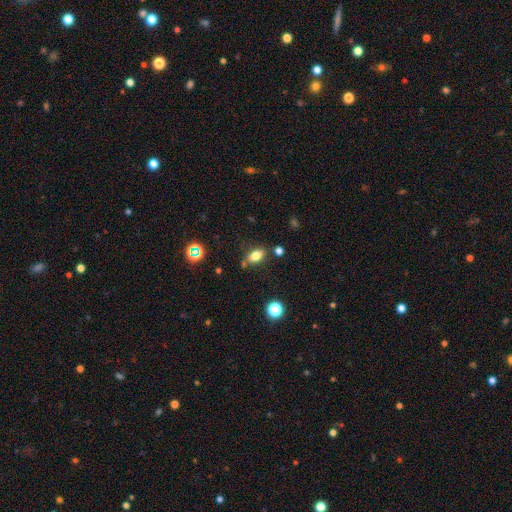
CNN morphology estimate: Smooth or featured?
  - smooth: 76% *
  - star or artifact: 12%
  - featured or disk: 12%
How rounded?
  - in between: 84% *
  - round: 12%
  - cigar-shaped: 5%
Merging?
  - none: 73% *
  - minor disturbance: 14%
  - merger: 9%
  - major disturbance: 4%